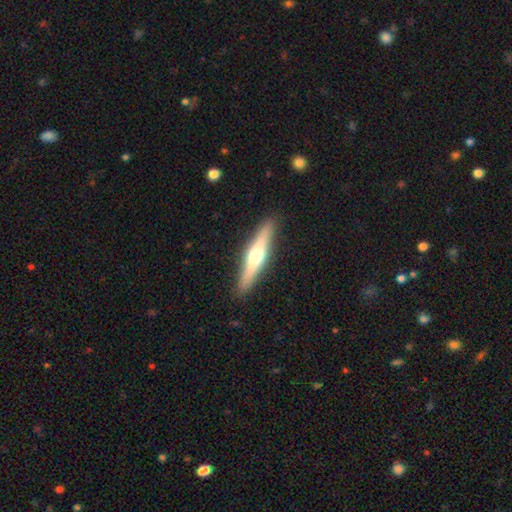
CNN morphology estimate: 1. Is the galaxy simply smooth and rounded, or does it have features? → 59% featured or disk, 36% smooth, 5% star or artifact.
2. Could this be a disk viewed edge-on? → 96% yes, 4% no.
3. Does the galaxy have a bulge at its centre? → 91% rounded, 5% none, 4% boxy.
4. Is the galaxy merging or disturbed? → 91% none, 7% minor disturbance, 1% major disturbance, 1% merger.